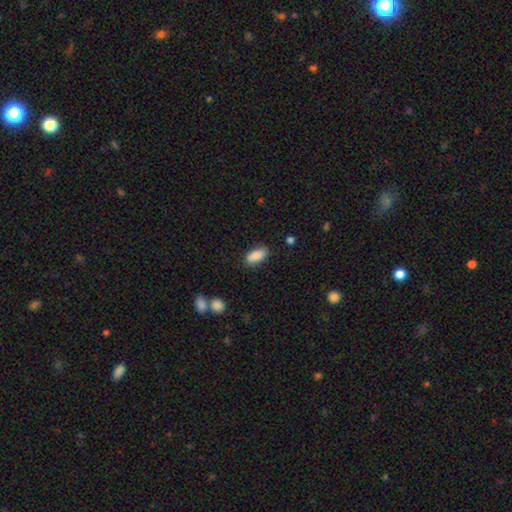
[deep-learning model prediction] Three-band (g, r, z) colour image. It shows a smooth galaxy with no disk features (89%) that is in between round and cigar-shaped (90%). Merging: none (83%).